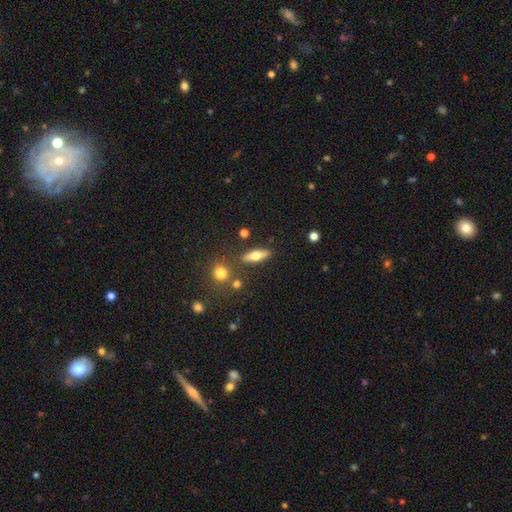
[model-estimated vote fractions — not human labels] Smooth or featured? smooth (52%)
How rounded? in between (48%)
Merging? none (82%)